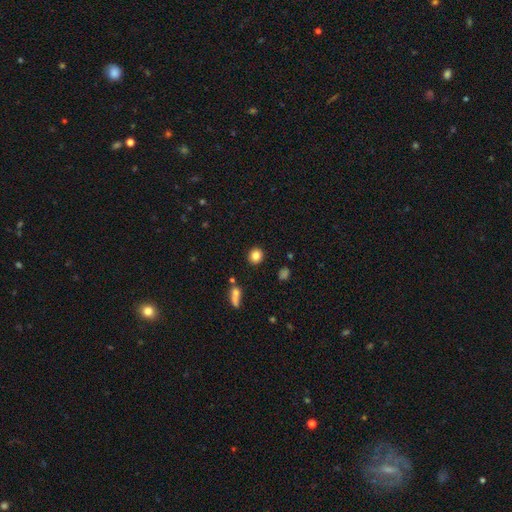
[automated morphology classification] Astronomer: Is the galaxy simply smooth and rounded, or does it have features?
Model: smooth — 83%.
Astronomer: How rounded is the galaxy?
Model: round — 85%.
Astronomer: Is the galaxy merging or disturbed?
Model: none — 89%.